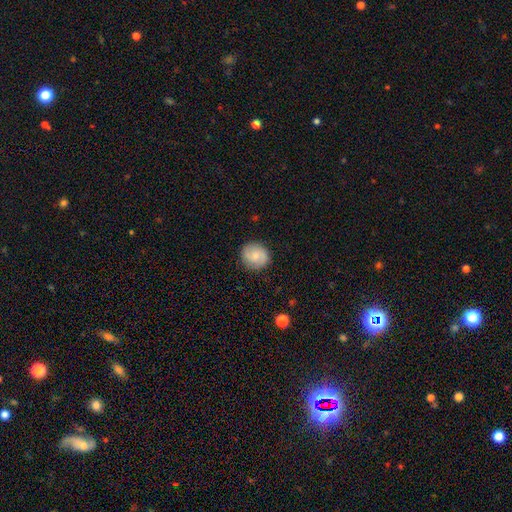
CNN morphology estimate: Smooth or featured: smooth — 55% (featured or disk — 38%)
How rounded: round — 82% (in between — 17%)
Merging: none — 87% (minor disturbance — 10%)